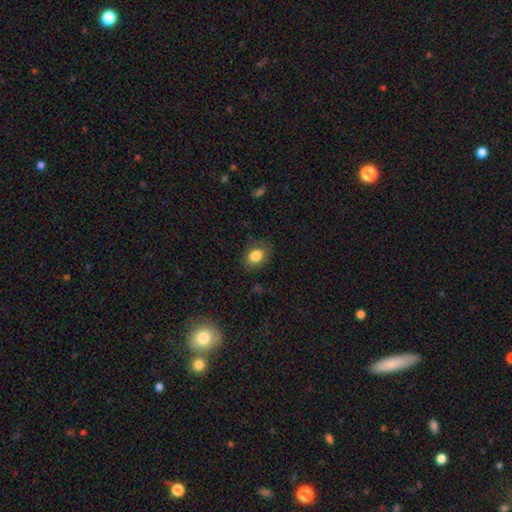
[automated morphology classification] Smooth or featured? smooth (84%)
How rounded? in between (73%)
Merging? none (79%)